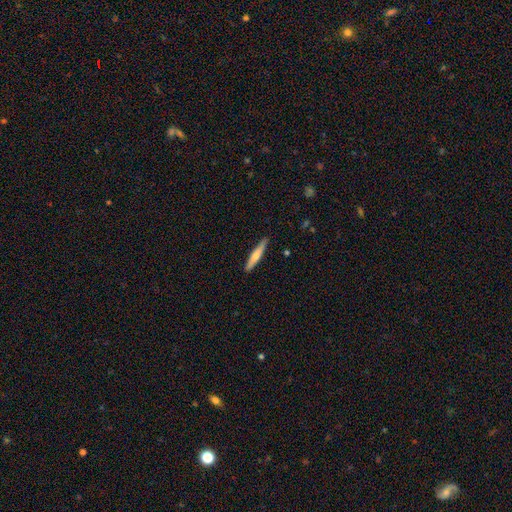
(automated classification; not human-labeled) Q: Smooth or featured?
A: smooth (57%); runner-up: featured or disk (37%)
Q: How rounded?
A: cigar-shaped (92%); runner-up: in between (7%)
Q: Merging?
A: none (90%); runner-up: minor disturbance (8%)